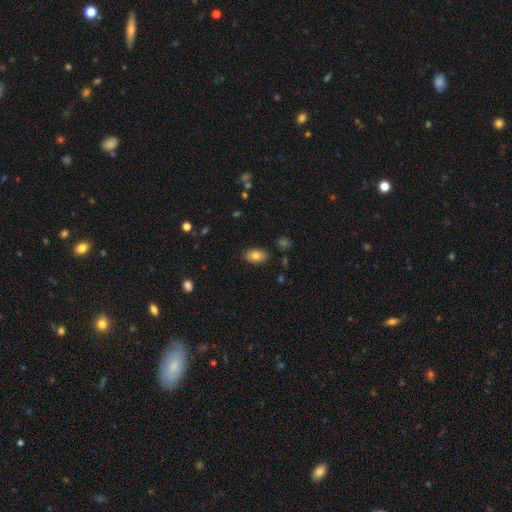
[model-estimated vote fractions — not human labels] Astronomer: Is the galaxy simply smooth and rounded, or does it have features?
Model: smooth — 79%.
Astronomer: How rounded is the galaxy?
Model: in between — 91%.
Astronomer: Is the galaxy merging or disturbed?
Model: none — 87%.